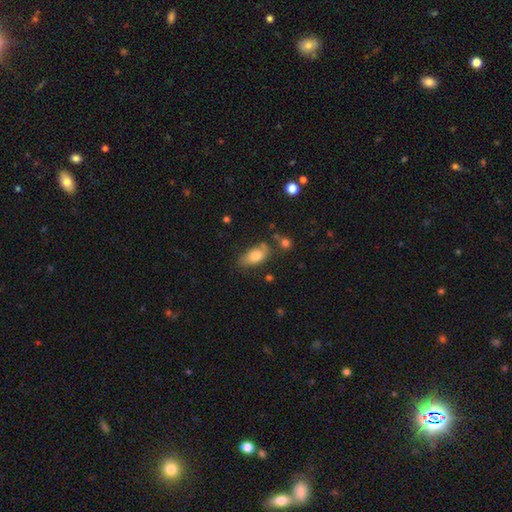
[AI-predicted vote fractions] Smooth or featured? Predicted: smooth (p=0.77). How rounded? Predicted: in between (p=0.89). Merging? Predicted: none (p=0.57).